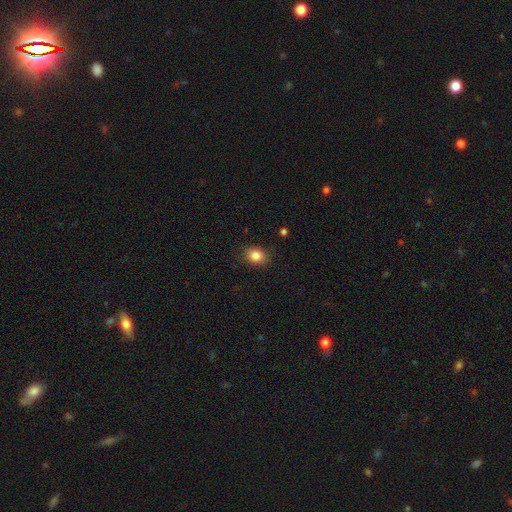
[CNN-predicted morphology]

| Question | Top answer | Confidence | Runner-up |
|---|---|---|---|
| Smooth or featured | smooth | 84% | star or artifact (10%) |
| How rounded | round | 50% | in between (49%) |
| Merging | none | 87% | minor disturbance (9%) |